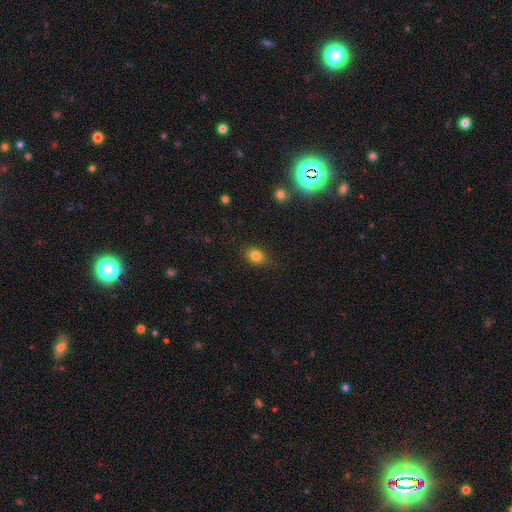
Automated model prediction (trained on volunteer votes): The model was most divided on "how rounded": in between: 50%, round: 48%, cigar-shaped: 1%. More confident: smooth or featured — smooth (81%); merging — none (78%).